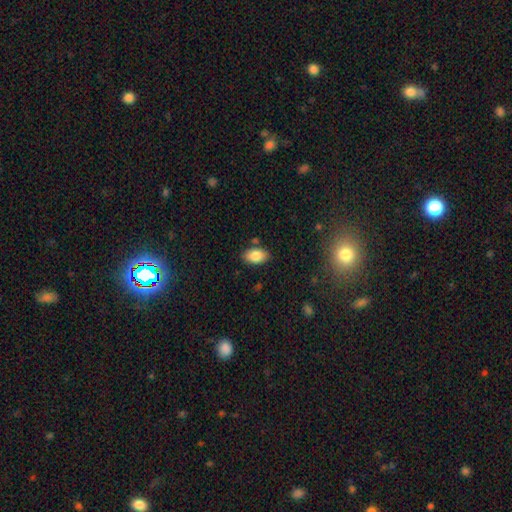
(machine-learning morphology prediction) smooth_or_featured: smooth (p=0.84) [alt: featured or disk p=0.09]
how_rounded: in between (p=0.92) [alt: round p=0.06]
merging: none (p=0.83) [alt: minor disturbance p=0.11]